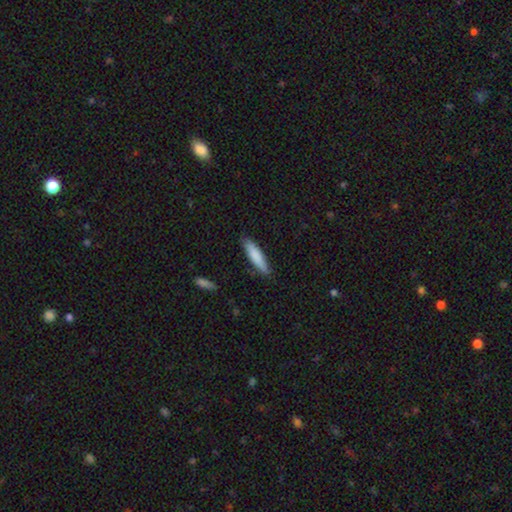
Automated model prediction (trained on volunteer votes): A smooth galaxy with no disk features (82%) that is cigar-shaped (77%). Merging: none (84%).